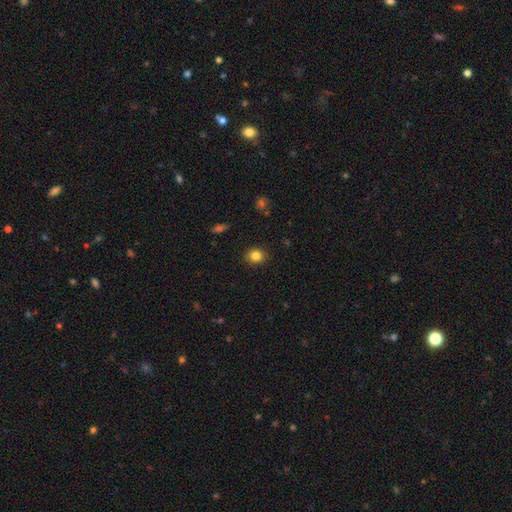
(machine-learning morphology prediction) The model was most divided on "how rounded": round: 69%, in between: 30%, cigar-shaped: 1%. More confident: merging — none (90%); smooth or featured — smooth (83%).